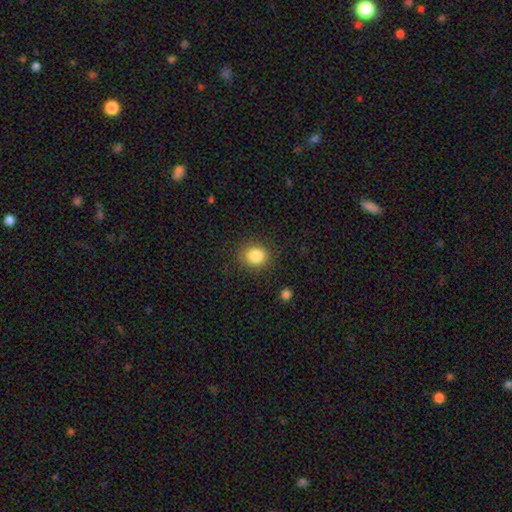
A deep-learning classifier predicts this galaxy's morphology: smooth-or-featured: smooth: 85% | star or artifact: 10% | featured or disk: 5%
  how-rounded: round: 63% | in between: 36% | cigar-shaped: 1%
  merging: none: 86% | minor disturbance: 10% | major disturbance: 3% | merger: 1%